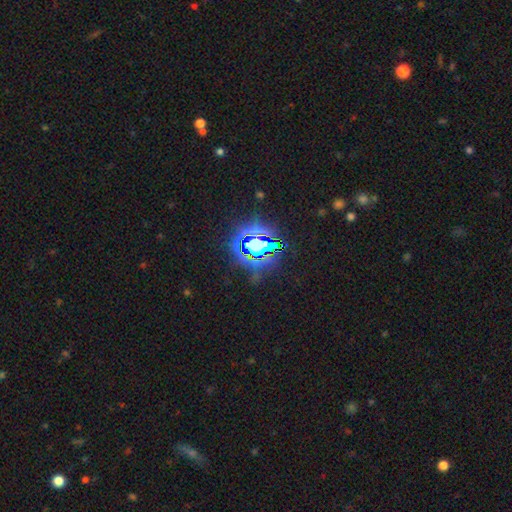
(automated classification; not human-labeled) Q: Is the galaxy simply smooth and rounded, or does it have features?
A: star or artifact — 77%.